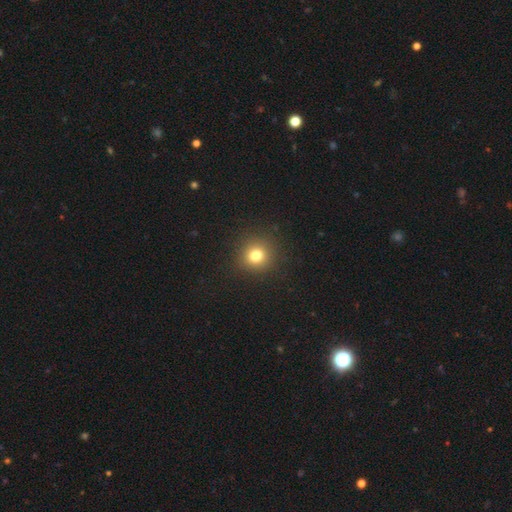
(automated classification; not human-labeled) smooth-or-featured: smooth: 78% | star or artifact: 15% | featured or disk: 7%
  how-rounded: round: 91% | in between: 8% | cigar-shaped: 1%
  merging: none: 91% | minor disturbance: 6% | major disturbance: 2% | merger: 1%